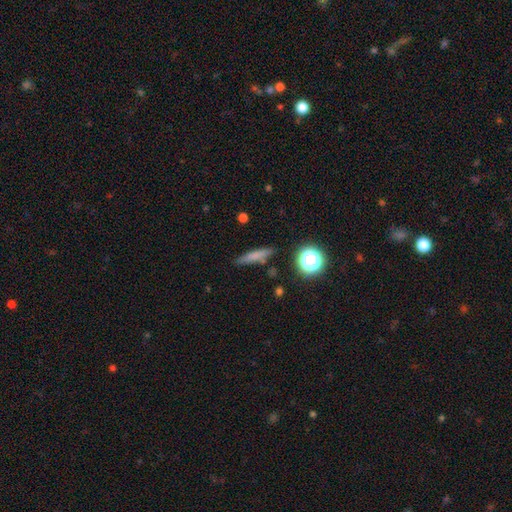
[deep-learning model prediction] This appears to be a smooth galaxy with no disk features (69%) that is cigar-shaped (81%). Merging: none (80%).